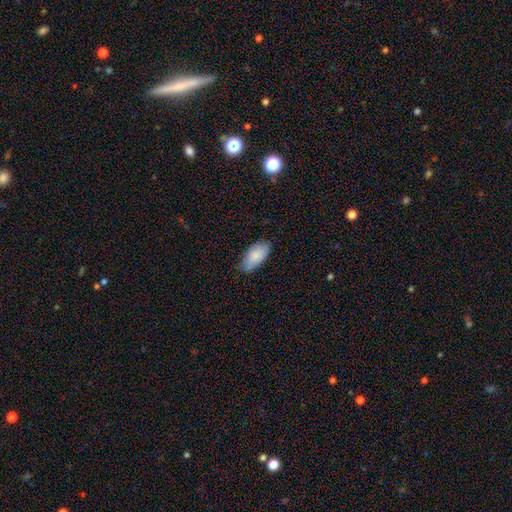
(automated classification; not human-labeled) A smooth galaxy with no disk features (85%) that is in between round and cigar-shaped (93%).

Vote fractions:
- Smooth or featured? smooth: 85% / featured or disk: 9% / star or artifact: 6%
- How rounded? in between: 93% / cigar-shaped: 5% / round: 2%
- Merging? none: 67% / minor disturbance: 27% / major disturbance: 4% / merger: 1%